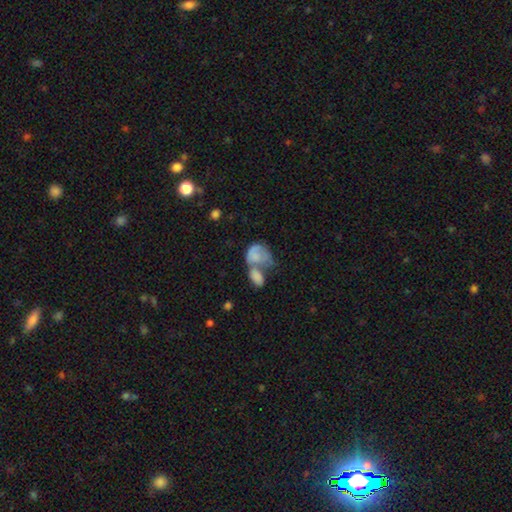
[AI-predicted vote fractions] Overall: smooth (67%). How rounded: in between (72%). Merging: merger (62%).